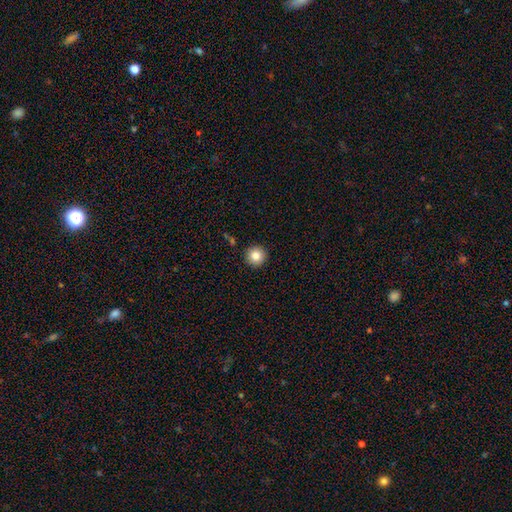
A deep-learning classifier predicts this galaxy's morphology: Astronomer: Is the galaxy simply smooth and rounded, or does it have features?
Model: smooth — 83%.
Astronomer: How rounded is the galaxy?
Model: round — 96%.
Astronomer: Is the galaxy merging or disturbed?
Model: none — 92%.